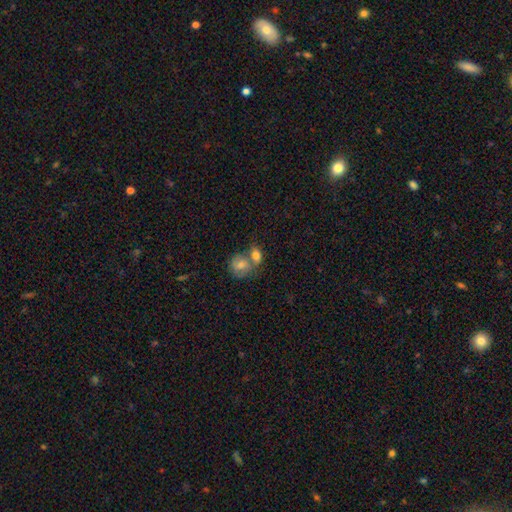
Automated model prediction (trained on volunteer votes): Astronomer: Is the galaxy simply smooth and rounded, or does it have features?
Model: smooth — 76%.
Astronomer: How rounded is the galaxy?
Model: in between — 65%.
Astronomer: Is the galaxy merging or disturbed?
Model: merger — 51% (runner-up: none, 35%).